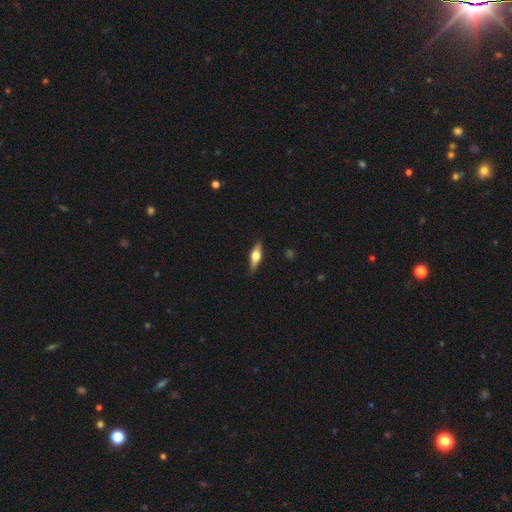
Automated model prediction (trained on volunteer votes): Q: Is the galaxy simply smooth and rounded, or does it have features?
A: featured or disk — 50%.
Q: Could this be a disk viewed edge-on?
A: yes — 92%.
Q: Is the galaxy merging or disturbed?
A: none — 84%.